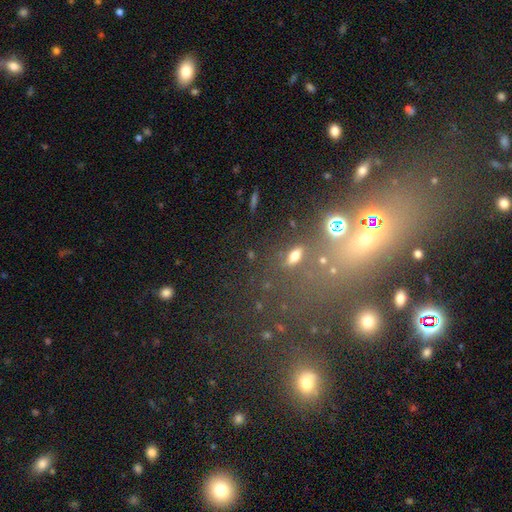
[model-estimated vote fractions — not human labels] smooth-or-featured: star or artifact: 49% | smooth: 34% | featured or disk: 17%